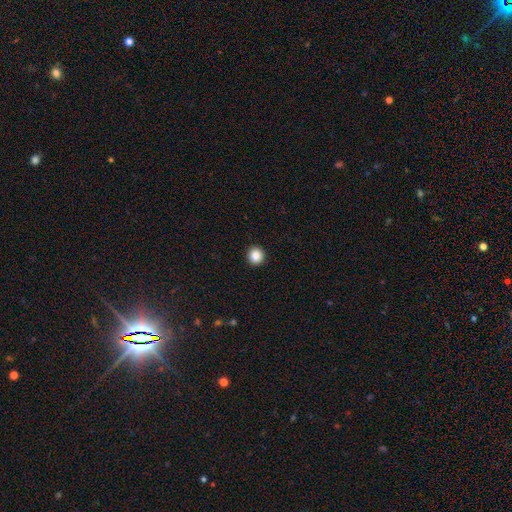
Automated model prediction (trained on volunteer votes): smooth 87%, star or artifact 9%, featured or disk 3%. Down the decision tree: how rounded — round (94%); merging — none (94%).